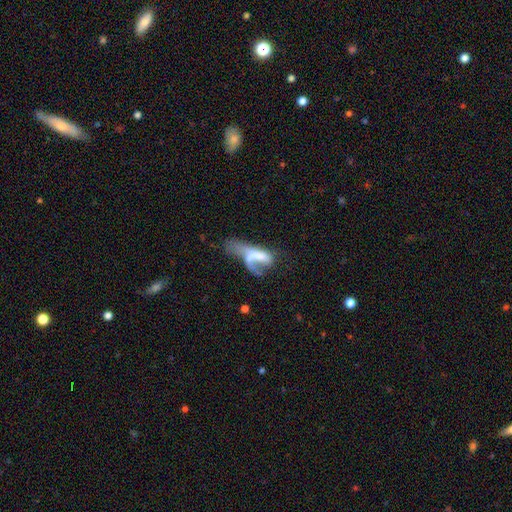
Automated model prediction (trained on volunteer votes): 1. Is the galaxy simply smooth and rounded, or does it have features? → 50% featured or disk, 41% smooth, 9% star or artifact.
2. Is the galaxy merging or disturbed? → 52% major disturbance, 18% none, 17% merger, 14% minor disturbance.